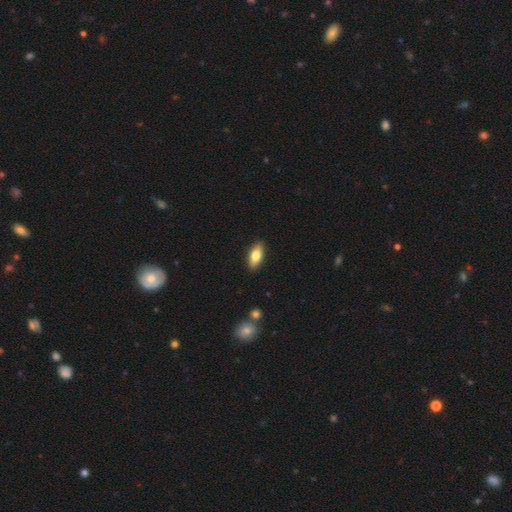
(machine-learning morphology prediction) Overall: smooth (72%). How rounded: in between (80%). Merging: none (89%).